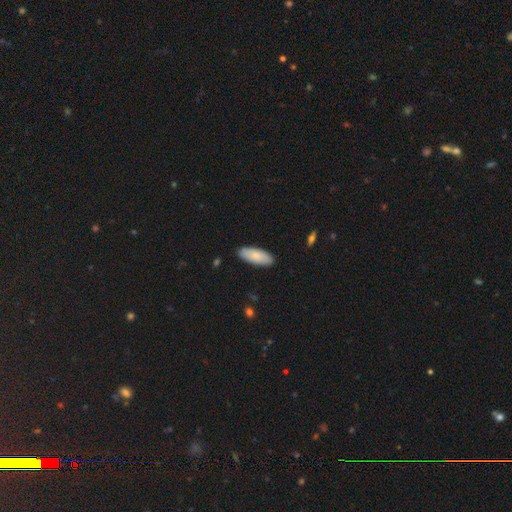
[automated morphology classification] Smooth or featured? Predicted: smooth (p=0.81). How rounded? Predicted: in between (p=0.78). Merging? Predicted: none (p=0.88).